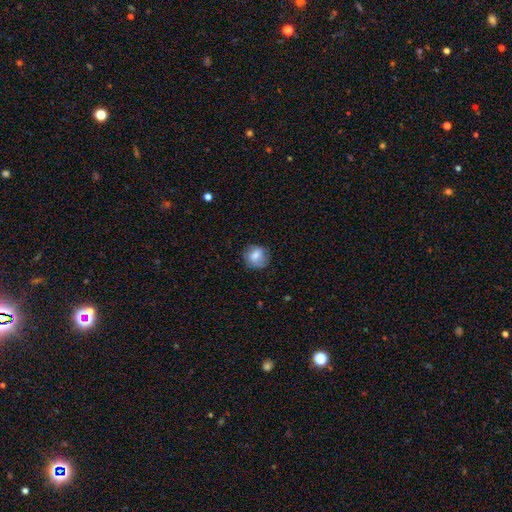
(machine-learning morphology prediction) smooth 78%, featured or disk 14%, star or artifact 8%. Down the decision tree: how rounded — round (80%); merging — none (71%).